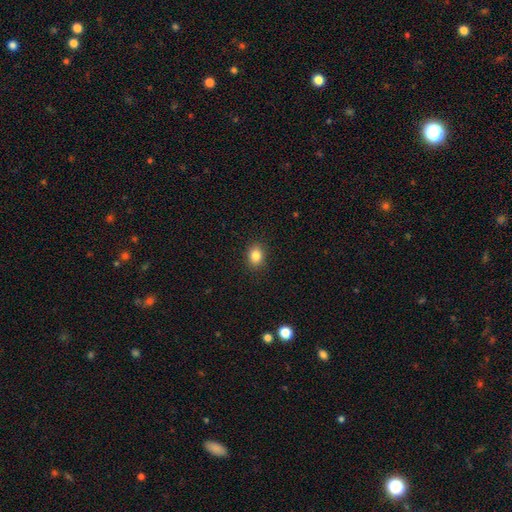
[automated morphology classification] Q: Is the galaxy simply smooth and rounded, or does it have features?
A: smooth — 84%.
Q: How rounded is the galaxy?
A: in between — 57%.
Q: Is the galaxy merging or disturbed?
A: none — 89%.